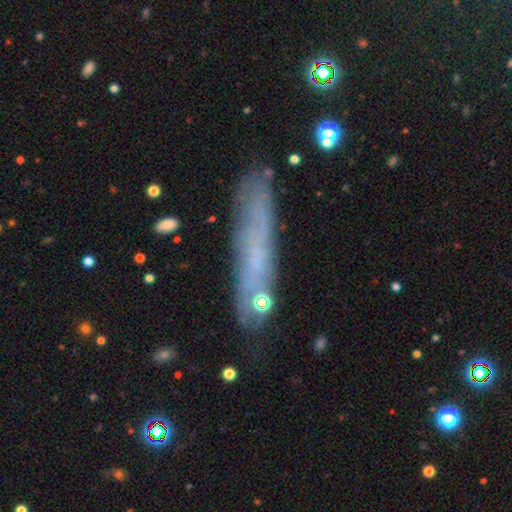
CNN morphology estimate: A smooth galaxy with no disk features (44%).

Vote fractions:
- Smooth or featured? smooth: 44% / featured or disk: 43% / star or artifact: 13%
- Merging? none: 74% / minor disturbance: 17% / major disturbance: 5% / merger: 4%